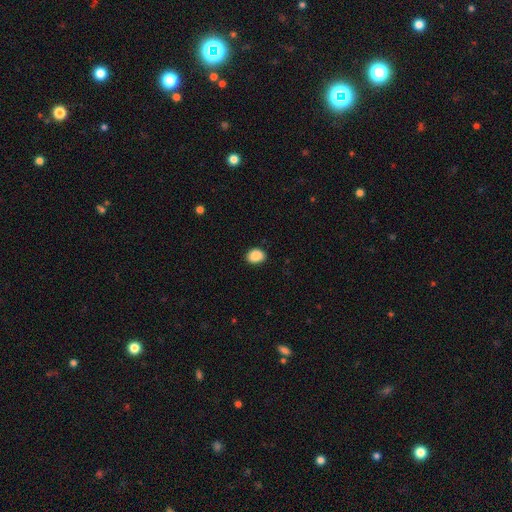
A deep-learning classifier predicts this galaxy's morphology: Smooth or featured? Predicted: smooth (p=0.89). How rounded? Predicted: in between (p=0.65). Merging? Predicted: none (p=0.86).